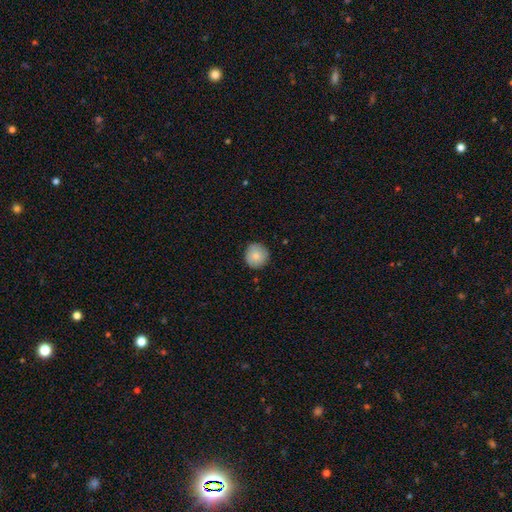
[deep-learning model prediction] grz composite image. It shows a smooth galaxy with no disk features (82%) that is round (94%). Merging: none (88%).